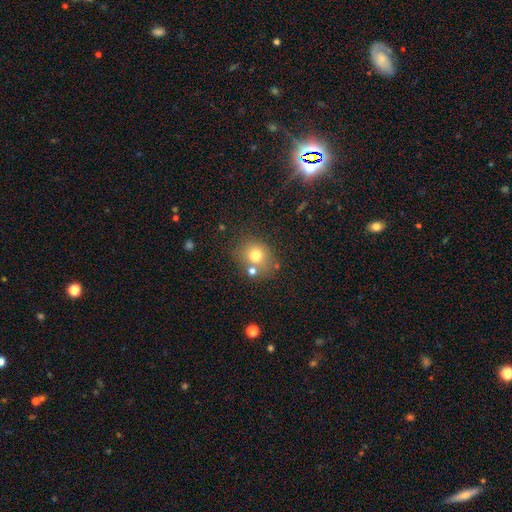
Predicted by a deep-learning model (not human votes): smooth 74%, featured or disk 13%, star or artifact 13%. Down the decision tree: how rounded — round (70%); merging — none (65%).